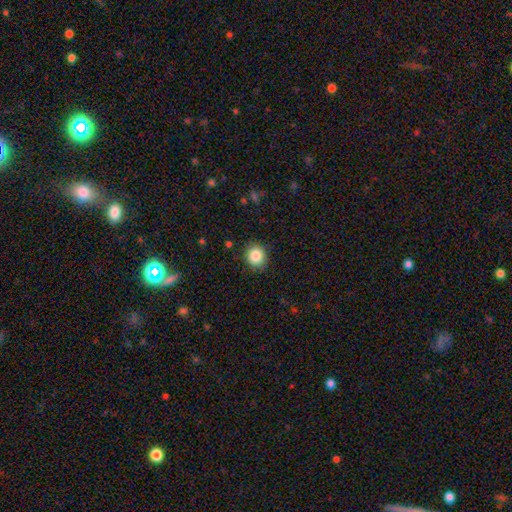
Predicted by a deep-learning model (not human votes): Smooth or featured? smooth (86%)
How rounded? round (81%)
Merging? none (87%)